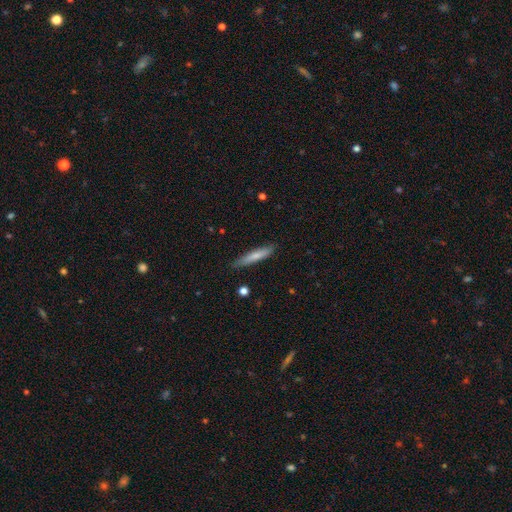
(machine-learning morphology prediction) Smooth or featured? smooth (71%)
How rounded? cigar-shaped (91%)
Merging? none (85%)